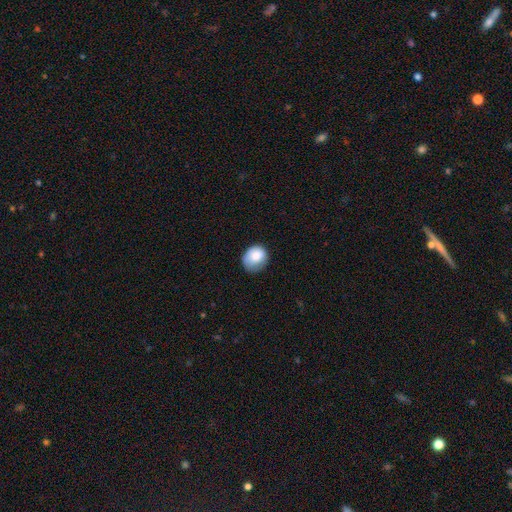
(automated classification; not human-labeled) Smooth or featured? smooth (81%)
How rounded? round (71%)
Merging? none (57%)